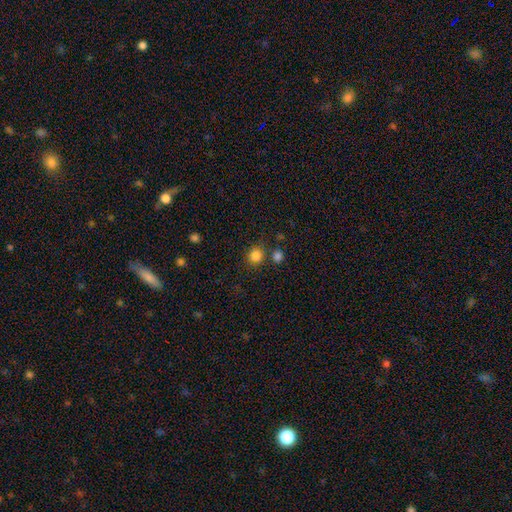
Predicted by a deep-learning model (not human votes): A smooth galaxy with no disk features (83%) that is round (87%). Merging: none (78%).